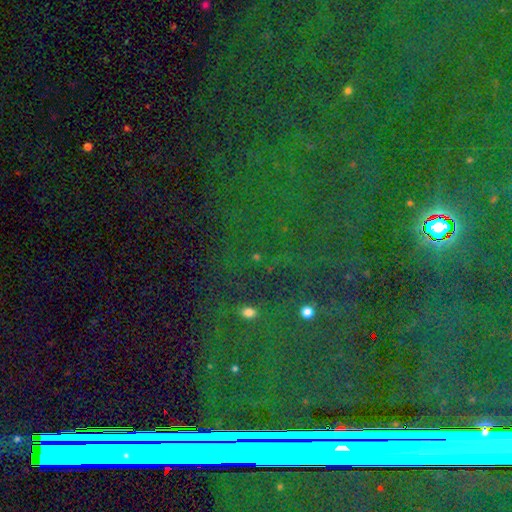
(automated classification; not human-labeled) Smooth or featured?
  - star or artifact: 81% *
  - smooth: 10%
  - featured or disk: 9%